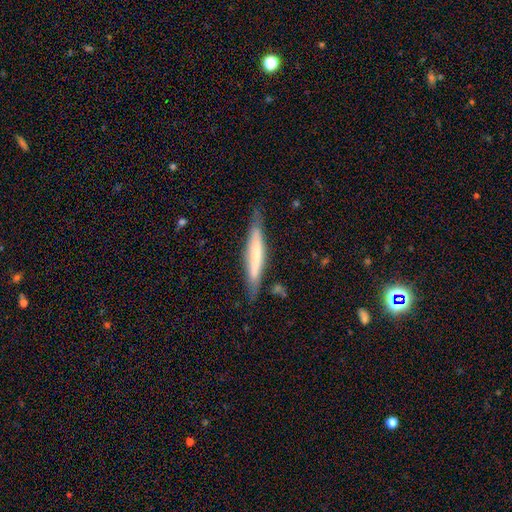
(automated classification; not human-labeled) smooth-or-featured: smooth: 52% | featured or disk: 41% | star or artifact: 6%
  how-rounded: cigar-shaped: 92% | in between: 6% | round: 1%
  merging: none: 75% | minor disturbance: 18% | major disturbance: 4% | merger: 2%